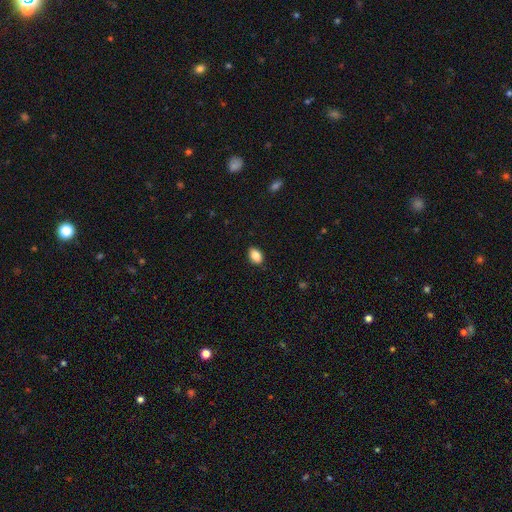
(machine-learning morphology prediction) A smooth galaxy with no disk features (87%) that is in between round and cigar-shaped (84%).

Vote fractions:
- Smooth or featured? smooth: 87% / star or artifact: 8% / featured or disk: 5%
- How rounded? in between: 84% / round: 15% / cigar-shaped: 1%
- Merging? none: 88% / minor disturbance: 9% / major disturbance: 2% / merger: 1%